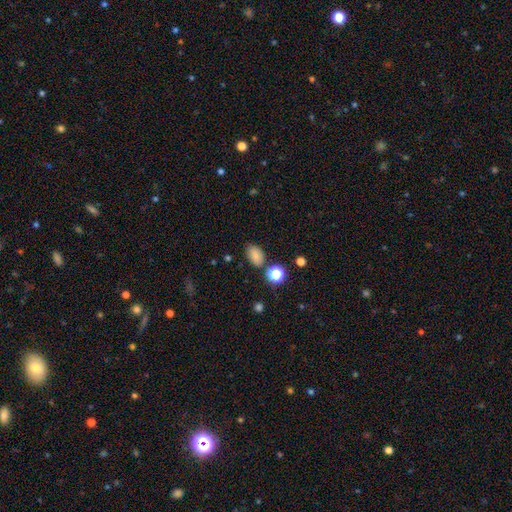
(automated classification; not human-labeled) smooth_or_featured: smooth (p=0.81) [alt: star or artifact p=0.13]
how_rounded: in between (p=0.84) [alt: round p=0.15]
merging: none (p=0.76) [alt: minor disturbance p=0.14]